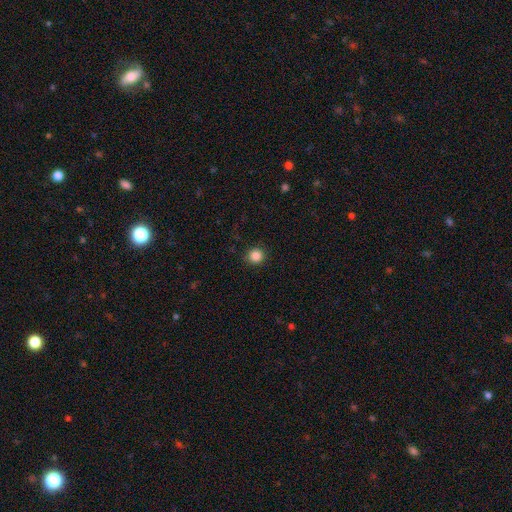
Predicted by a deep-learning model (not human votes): smooth 86%, star or artifact 11%, featured or disk 3%. Down the decision tree: how rounded — round (92%); merging — none (89%).